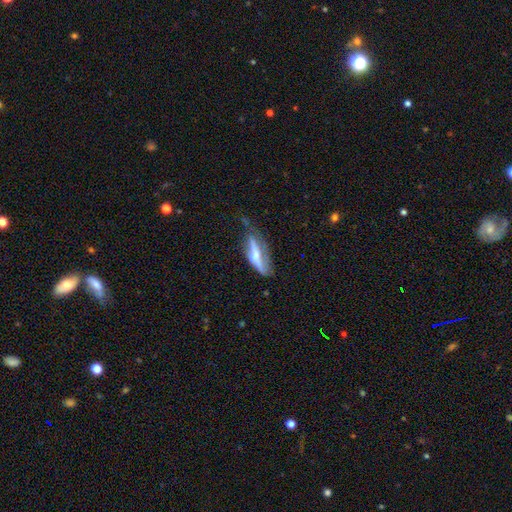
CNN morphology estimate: This is possibly a featured or disk galaxy (51%). It is possibly viewed edge-on (57%). Merging: marginally none (34%).